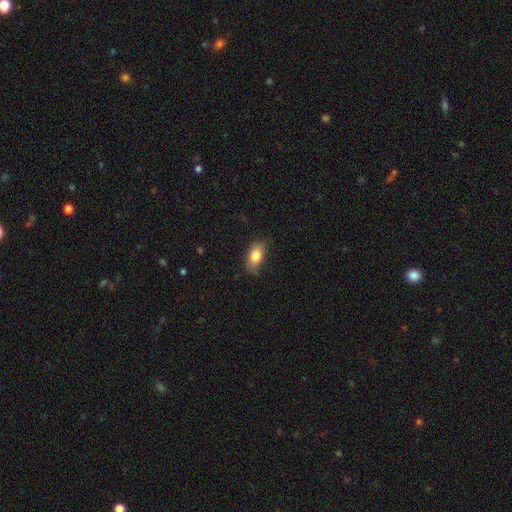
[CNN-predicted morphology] Smooth or featured?
  - smooth: 82% *
  - featured or disk: 10%
  - star or artifact: 7%
How rounded?
  - in between: 89% *
  - round: 6%
  - cigar-shaped: 5%
Merging?
  - none: 76% *
  - minor disturbance: 19%
  - major disturbance: 4%
  - merger: 1%